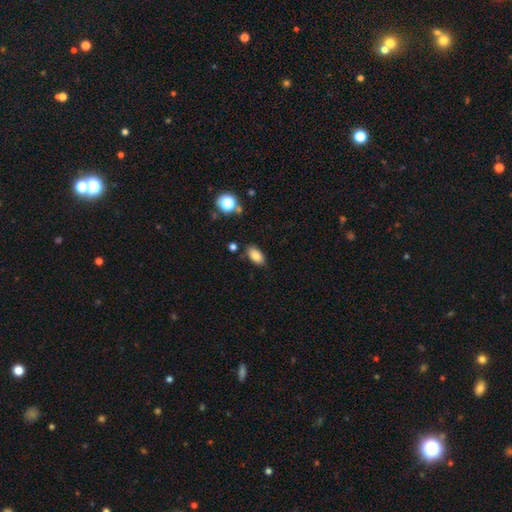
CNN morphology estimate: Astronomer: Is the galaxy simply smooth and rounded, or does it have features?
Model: smooth — 83%.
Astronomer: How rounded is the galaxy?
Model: in between — 90%.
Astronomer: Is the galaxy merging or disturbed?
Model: none — 81%.